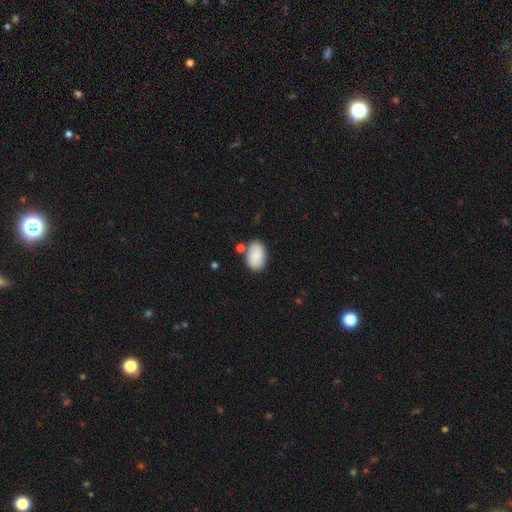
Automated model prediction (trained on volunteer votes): Smooth or featured: smooth — 88% (star or artifact — 7%)
How rounded: in between — 90% (round — 9%)
Merging: none — 74% (minor disturbance — 14%)